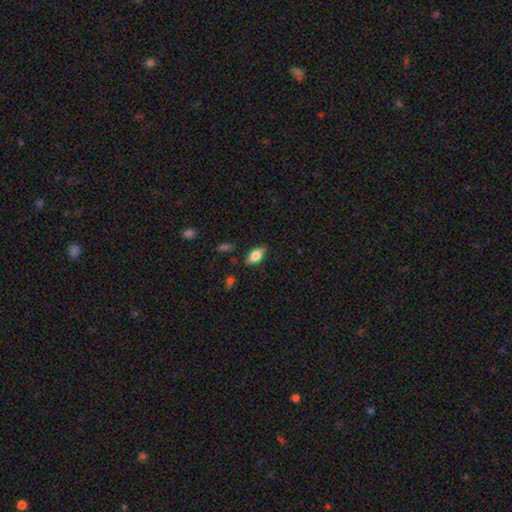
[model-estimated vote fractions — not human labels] Q: Smooth or featured?
A: smooth (76%); runner-up: featured or disk (16%)
Q: How rounded?
A: in between (88%); runner-up: cigar-shaped (7%)
Q: Merging?
A: none (82%); runner-up: minor disturbance (13%)